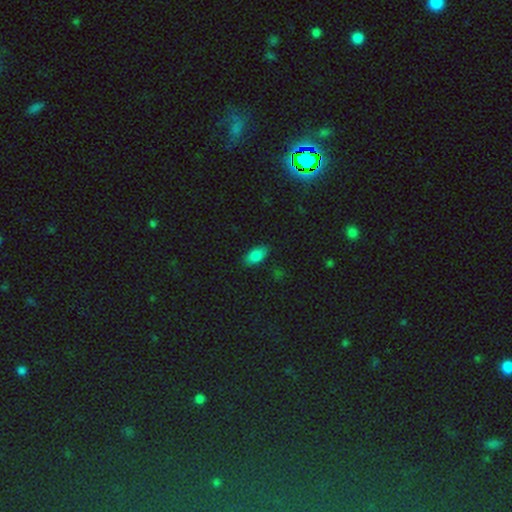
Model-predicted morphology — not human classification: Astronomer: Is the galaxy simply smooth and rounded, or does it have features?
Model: smooth — 82%.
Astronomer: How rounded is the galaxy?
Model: in between — 91%.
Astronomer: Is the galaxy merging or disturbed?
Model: none — 84%.